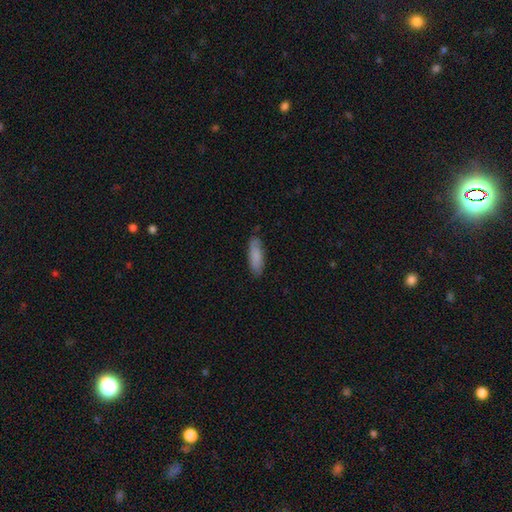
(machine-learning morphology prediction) Smooth or featured?
  - smooth: 84% *
  - featured or disk: 10%
  - star or artifact: 6%
How rounded?
  - in between: 56% *
  - cigar-shaped: 43%
  - round: 2%
Merging?
  - none: 84% *
  - minor disturbance: 12%
  - major disturbance: 2%
  - merger: 1%